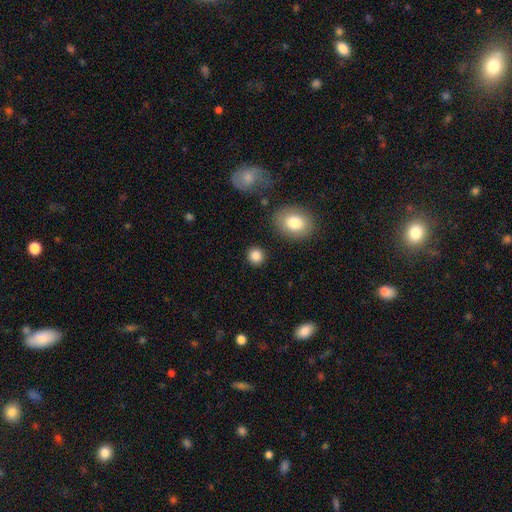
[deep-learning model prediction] Q: Smooth or featured?
A: smooth (86%); runner-up: star or artifact (10%)
Q: How rounded?
A: round (89%); runner-up: in between (10%)
Q: Merging?
A: none (89%); runner-up: minor disturbance (6%)